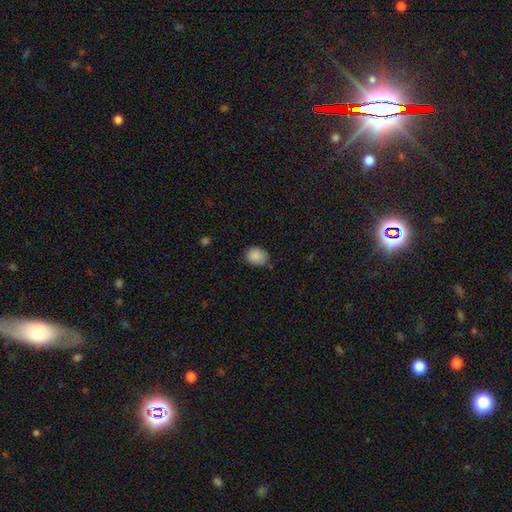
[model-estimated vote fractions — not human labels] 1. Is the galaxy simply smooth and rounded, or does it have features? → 87% smooth, 9% star or artifact, 4% featured or disk.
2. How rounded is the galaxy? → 54% round, 45% in between, 1% cigar-shaped.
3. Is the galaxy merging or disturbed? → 70% none, 24% minor disturbance, 4% major disturbance, 2% merger.